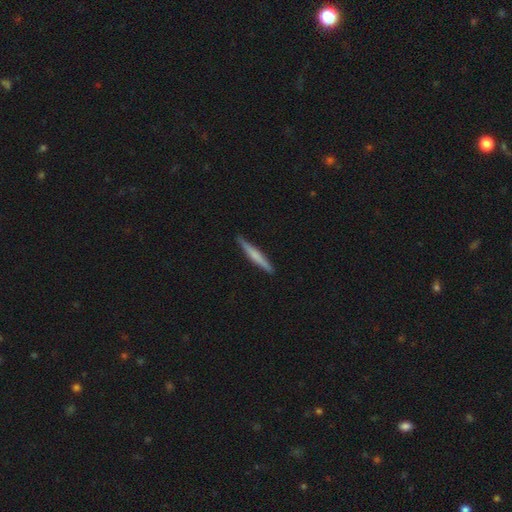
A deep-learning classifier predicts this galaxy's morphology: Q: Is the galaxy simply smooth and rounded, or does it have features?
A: smooth — 53%.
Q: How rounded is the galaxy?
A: cigar-shaped — 96%.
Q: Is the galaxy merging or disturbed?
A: none — 90%.